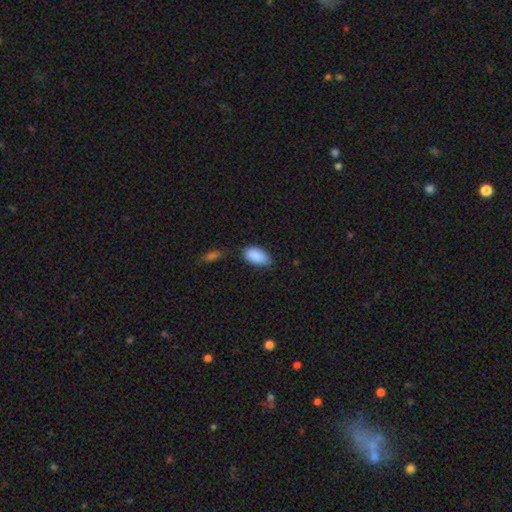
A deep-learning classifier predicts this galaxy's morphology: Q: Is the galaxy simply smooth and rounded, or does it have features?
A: smooth — 89%.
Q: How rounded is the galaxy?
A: in between — 94%.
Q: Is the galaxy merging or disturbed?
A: none — 74%.